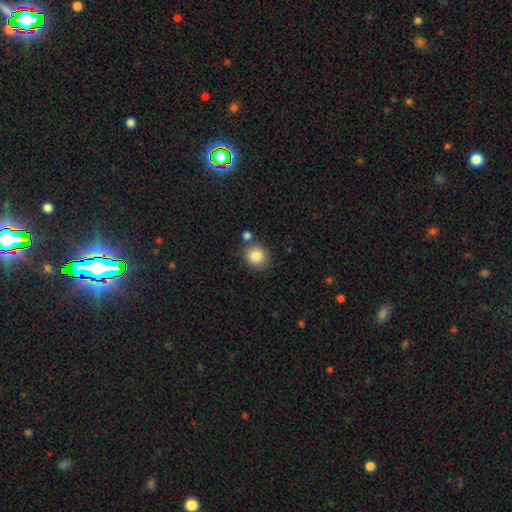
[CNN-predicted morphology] type=smooth (84%); roundness=round (80%); merging=none (76%).